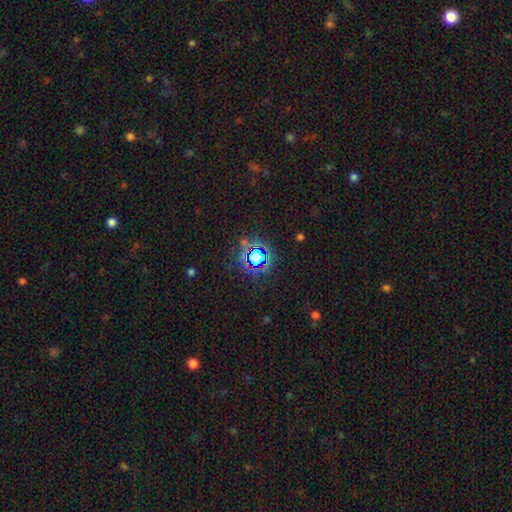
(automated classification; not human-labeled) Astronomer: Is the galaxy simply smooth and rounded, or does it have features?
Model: star or artifact — 76%.